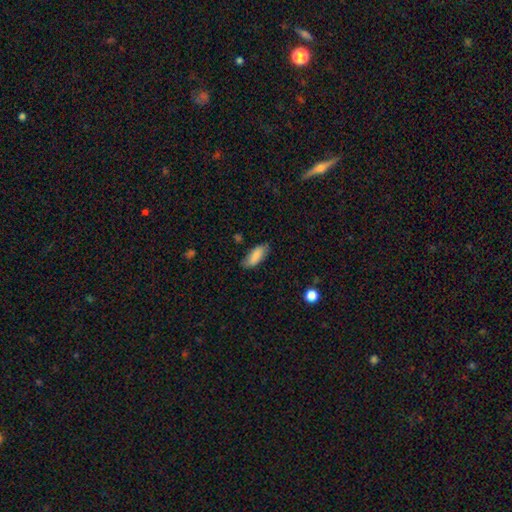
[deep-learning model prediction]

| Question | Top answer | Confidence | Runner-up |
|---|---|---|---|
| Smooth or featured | smooth | 84% | featured or disk (9%) |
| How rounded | in between | 77% | cigar-shaped (21%) |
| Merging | none | 74% | minor disturbance (20%) |